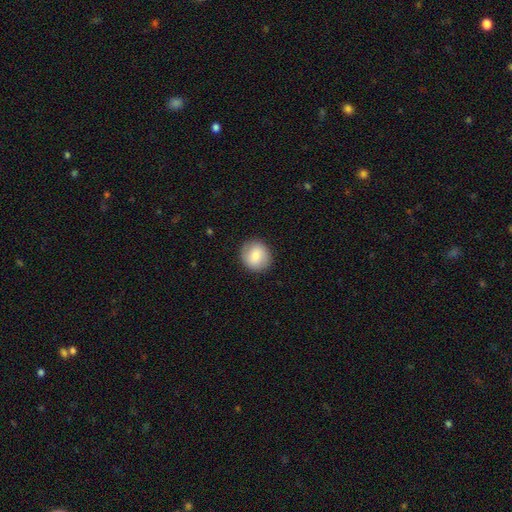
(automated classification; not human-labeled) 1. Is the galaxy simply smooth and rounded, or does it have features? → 79% smooth, 14% featured or disk, 7% star or artifact.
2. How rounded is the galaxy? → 88% round, 11% in between, 1% cigar-shaped.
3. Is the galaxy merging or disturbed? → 87% none, 9% minor disturbance, 2% major disturbance, 1% merger.